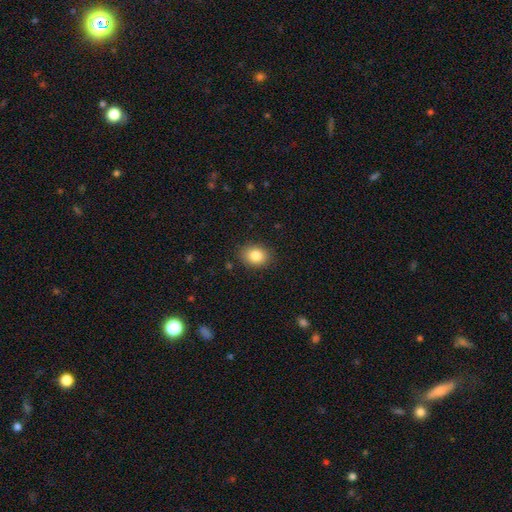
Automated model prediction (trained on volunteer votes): Morphology: type=smooth (84%); roundness=in between (54%); merging=none (88%).